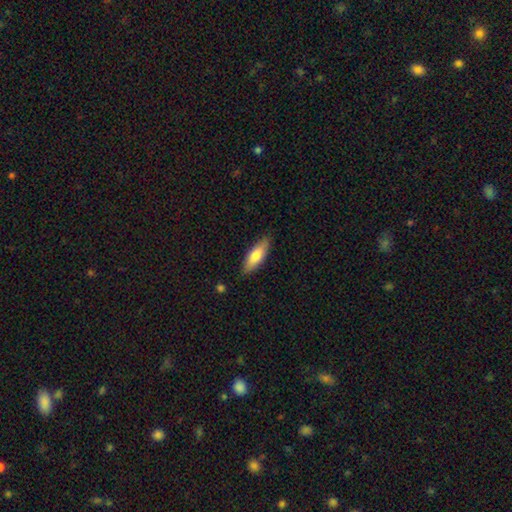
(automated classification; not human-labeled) This is likely a smooth galaxy (73%). How rounded: possibly in between (56%). Merging: clearly none (85%).